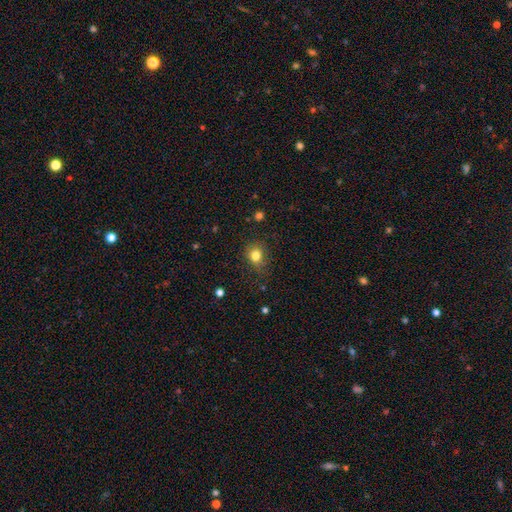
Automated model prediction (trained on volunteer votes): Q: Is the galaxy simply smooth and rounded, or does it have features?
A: smooth — 80%.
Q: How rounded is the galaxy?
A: round — 74%.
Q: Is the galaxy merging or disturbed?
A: none — 77%.